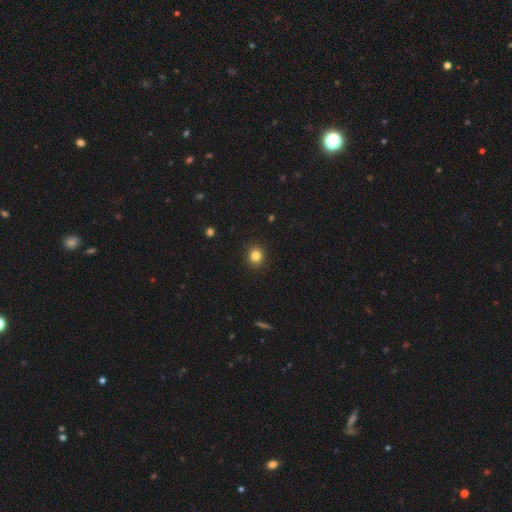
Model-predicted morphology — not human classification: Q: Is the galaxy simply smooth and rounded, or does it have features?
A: smooth — 83%.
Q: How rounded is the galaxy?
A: round — 85%.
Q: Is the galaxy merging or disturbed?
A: none — 91%.